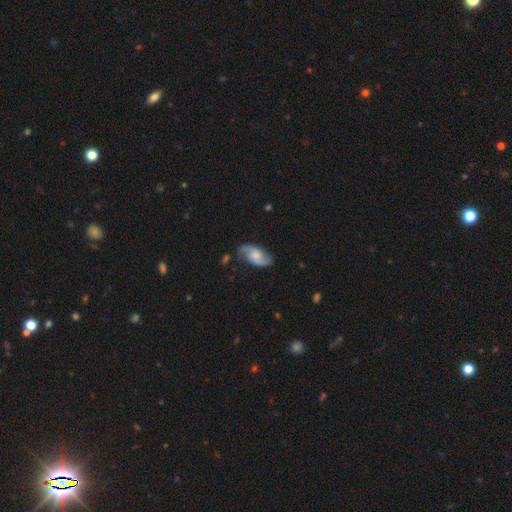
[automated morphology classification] A featured or disk galaxy (77%) with no bar (59%), 2 (91%) loose (45%) spiral arms (95%) and a moderate central bulge (40%). Merging: none (75%).